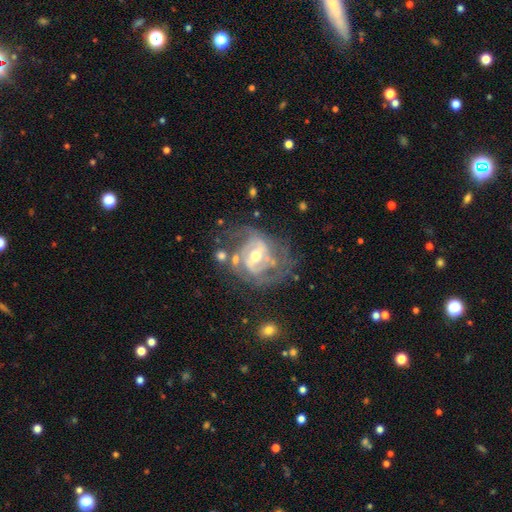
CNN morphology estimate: Smooth or featured?
  - featured or disk: 88% *
  - smooth: 6%
  - star or artifact: 6%
Edge-on disk?
  - no: 97% *
  - yes: 3%
Bar?
  - strong: 43% *
  - weak: 40%
  - no: 17%
Spiral arms?
  - yes: 92% *
  - no: 8%
Spiral winding?
  - medium: 46% *
  - tight: 38%
  - loose: 16%
Spiral arm count?
  - 2: 55% *
  - can't tell: 18%
  - 3: 16%
  - 4: 4%
  - 1: 4%
  - more than 4: 3%
Bulge size?
  - moderate: 60% *
  - small: 35%
  - large: 4%
  - none: 1%
  - dominant: 1%
Merging?
  - none: 53% *
  - minor disturbance: 20%
  - major disturbance: 19%
  - merger: 8%